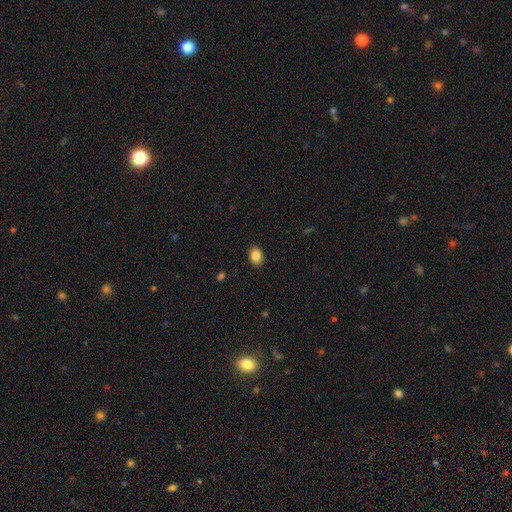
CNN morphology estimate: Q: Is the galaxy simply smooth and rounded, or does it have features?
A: smooth — 87%.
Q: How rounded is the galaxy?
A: in between — 72%.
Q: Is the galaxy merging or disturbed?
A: none — 89%.